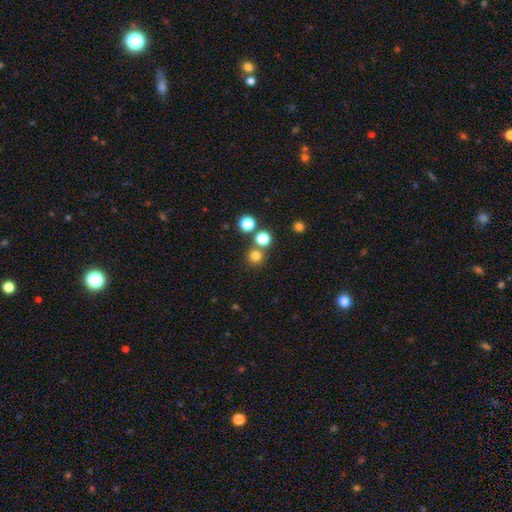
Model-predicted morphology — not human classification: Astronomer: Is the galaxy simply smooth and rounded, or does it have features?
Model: smooth — 76%.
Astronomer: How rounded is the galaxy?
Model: round — 93%.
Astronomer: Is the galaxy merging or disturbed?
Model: none — 72%.